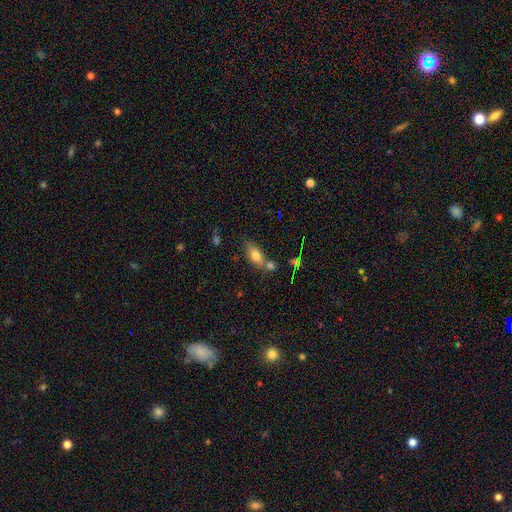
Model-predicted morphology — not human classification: Smooth or featured? smooth (75%)
How rounded? in between (80%)
Merging? none (47%)